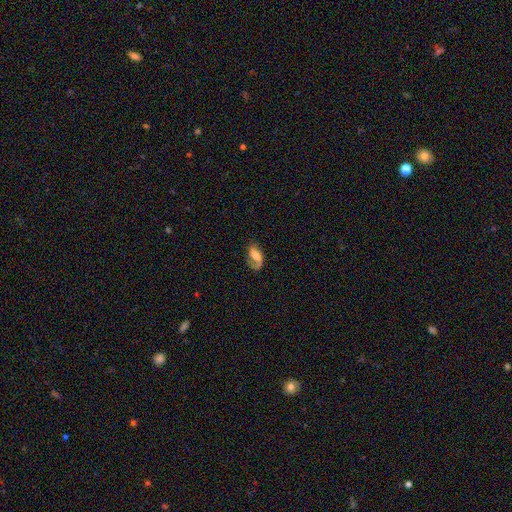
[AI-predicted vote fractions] This is possibly a featured or disk galaxy (60%). It is clearly not viewed edge-on (95%). Bar: possibly no (46%). Spiral arm pattern: clearly yes (87%). Central bulge: marginally moderate (34%). Merging: possibly none (50%).